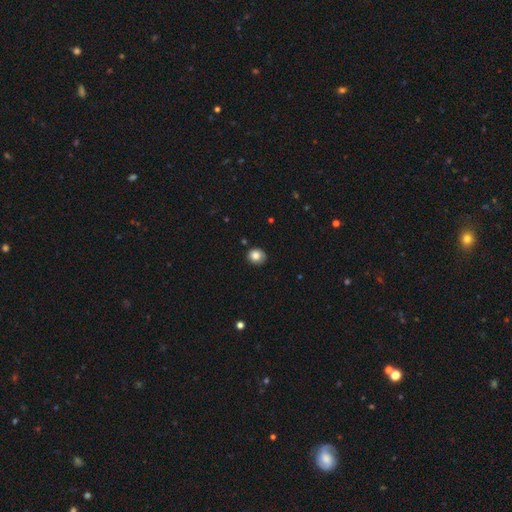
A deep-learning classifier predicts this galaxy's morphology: Overall: smooth (82%). How rounded: round (81%). Merging: none (83%).